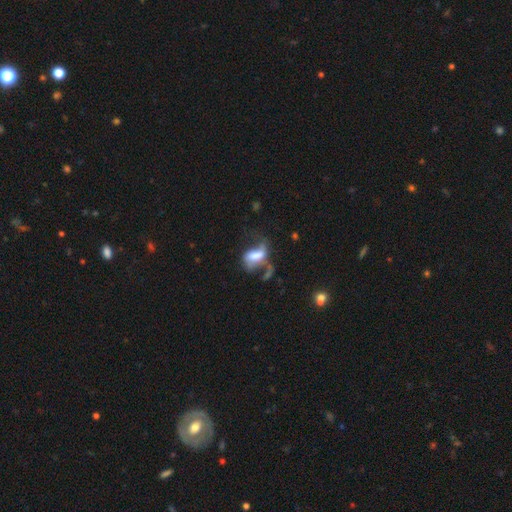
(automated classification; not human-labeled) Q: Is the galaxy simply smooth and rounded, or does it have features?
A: smooth — 46%.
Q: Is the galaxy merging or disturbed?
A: major disturbance — 43%.